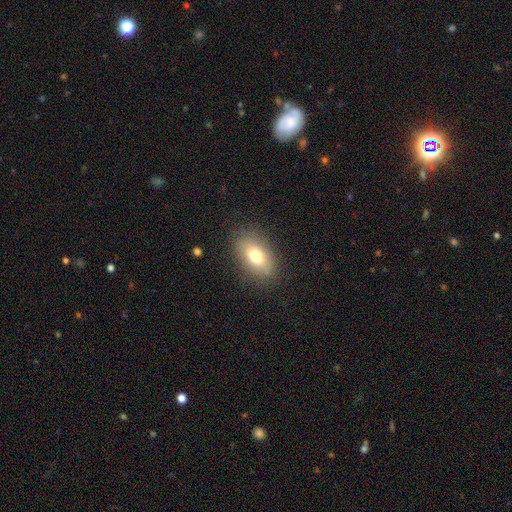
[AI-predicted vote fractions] smooth-or-featured: smooth: 75% | featured or disk: 15% | star or artifact: 10%
  how-rounded: in between: 87% | round: 11% | cigar-shaped: 2%
  merging: none: 83% | minor disturbance: 12% | major disturbance: 4% | merger: 1%